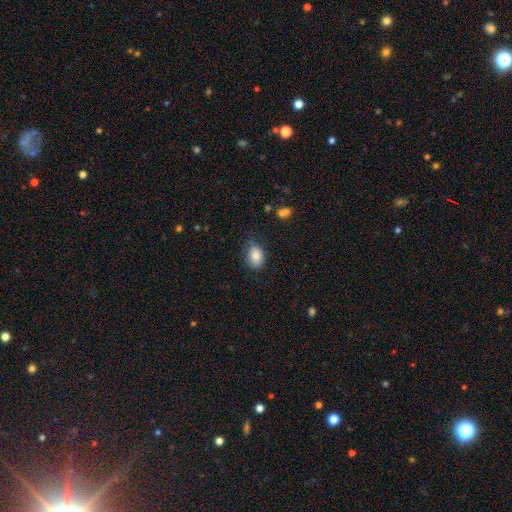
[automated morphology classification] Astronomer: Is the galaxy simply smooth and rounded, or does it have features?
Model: smooth — 84%.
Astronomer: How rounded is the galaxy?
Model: in between — 69%.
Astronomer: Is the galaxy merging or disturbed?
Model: none — 68%.